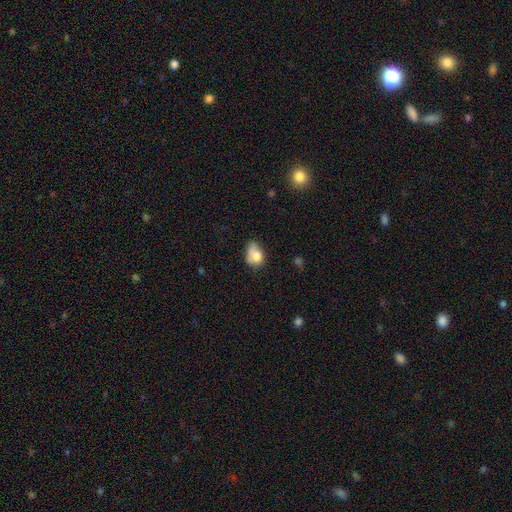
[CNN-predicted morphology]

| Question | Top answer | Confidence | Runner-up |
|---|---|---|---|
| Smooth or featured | smooth | 73% | featured or disk (17%) |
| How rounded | in between | 65% | round (33%) |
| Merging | minor disturbance | 35% | none (30%) |